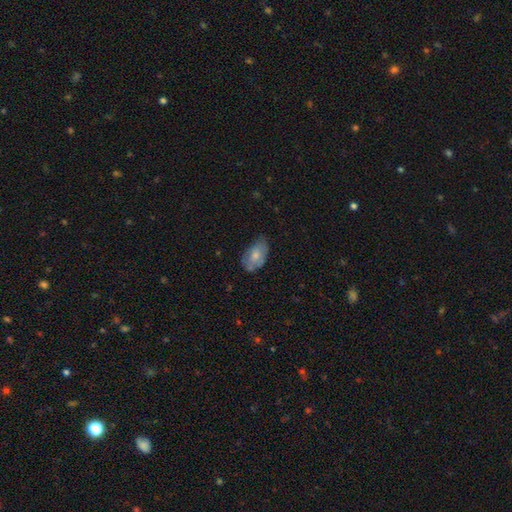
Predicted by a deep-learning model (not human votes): Smooth or featured: smooth — 68% (featured or disk — 26%)
How rounded: in between — 92% (round — 6%)
Merging: none — 54% (minor disturbance — 35%)